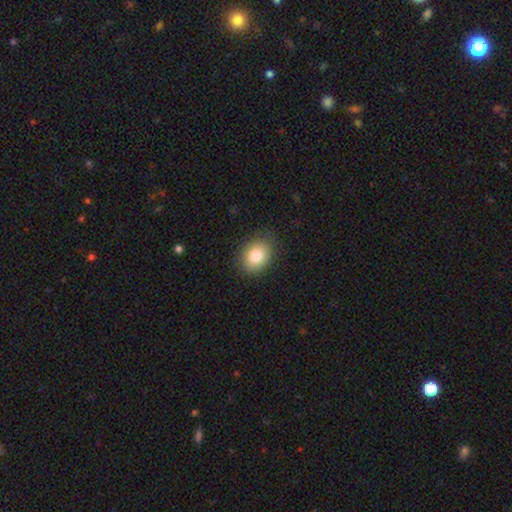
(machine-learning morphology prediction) A smooth galaxy with no disk features (83%) that is in between round and cigar-shaped (64%).

Vote fractions:
- Smooth or featured? smooth: 83% / star or artifact: 9% / featured or disk: 8%
- How rounded? in between: 64% / round: 35% / cigar-shaped: 1%
- Merging? none: 84% / minor disturbance: 12% / major disturbance: 3% / merger: 1%